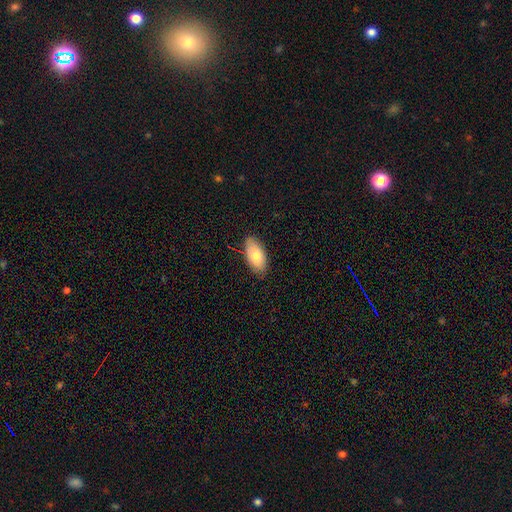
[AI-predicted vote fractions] This is likely a smooth galaxy (74%). How rounded: clearly in between (93%). Merging: clearly none (84%).